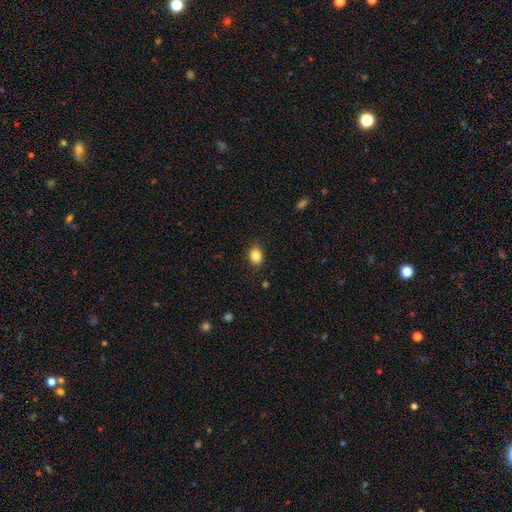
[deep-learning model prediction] Morphology: type=smooth (86%); roundness=in between (58%); merging=none (87%).